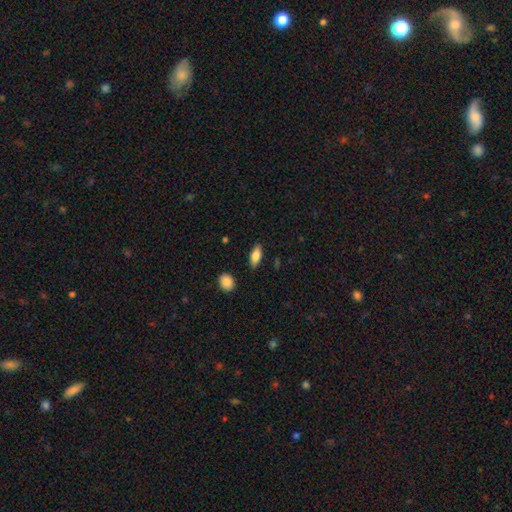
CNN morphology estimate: Overall: smooth (82%). How rounded: in between (82%). Merging: none (86%).